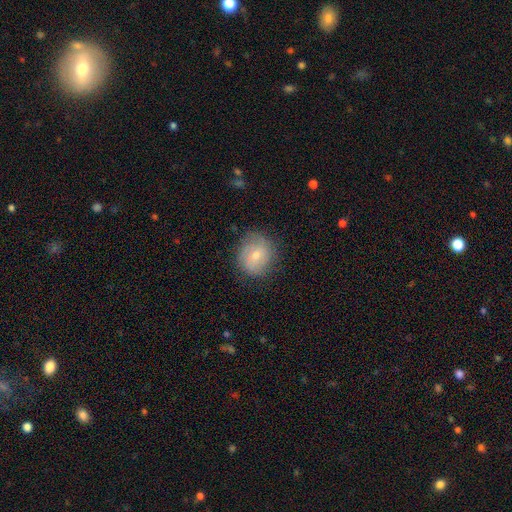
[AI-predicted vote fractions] smooth_or_featured: smooth (p=0.59) [alt: featured or disk p=0.33]
how_rounded: round (p=0.75) [alt: in between p=0.24]
merging: none (p=0.76) [alt: minor disturbance p=0.17]